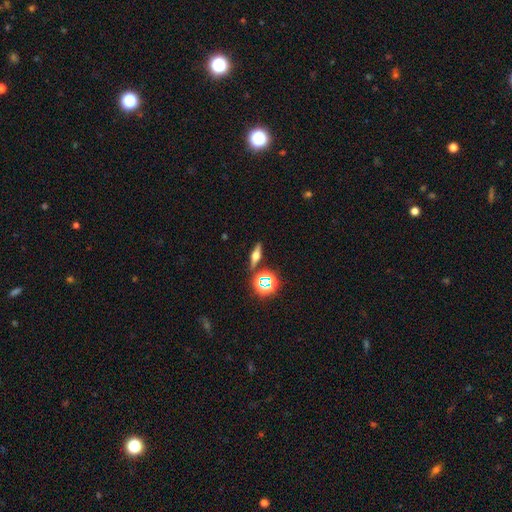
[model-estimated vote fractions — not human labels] The model was most divided on "smooth or featured": featured or disk: 56%, smooth: 28%, star or artifact: 16%. More confident: edge-on bulge — rounded (94%); edge-on disk — yes (92%); merging — none (85%).